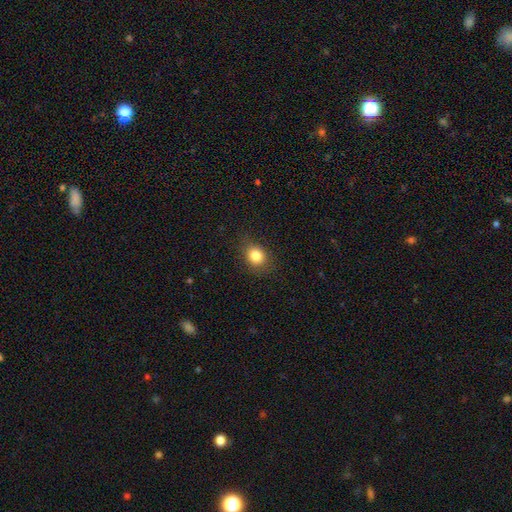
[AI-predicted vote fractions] smooth 83%, star or artifact 10%, featured or disk 6%. Down the decision tree: how rounded — round (57%); merging — none (80%).